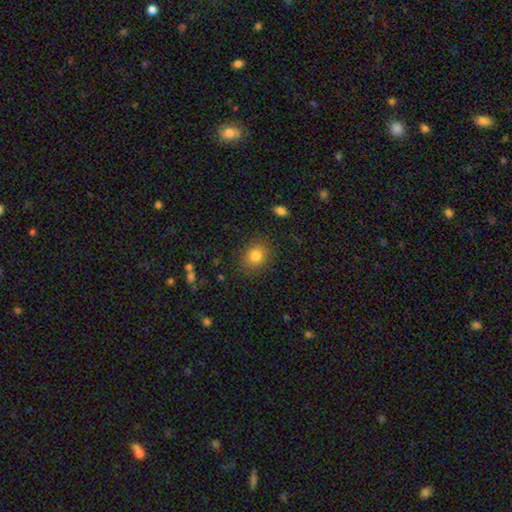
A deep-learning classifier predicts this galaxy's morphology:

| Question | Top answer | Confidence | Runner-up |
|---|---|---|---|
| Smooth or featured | smooth | 81% | star or artifact (12%) |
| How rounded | round | 68% | in between (31%) |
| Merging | none | 86% | minor disturbance (9%) |